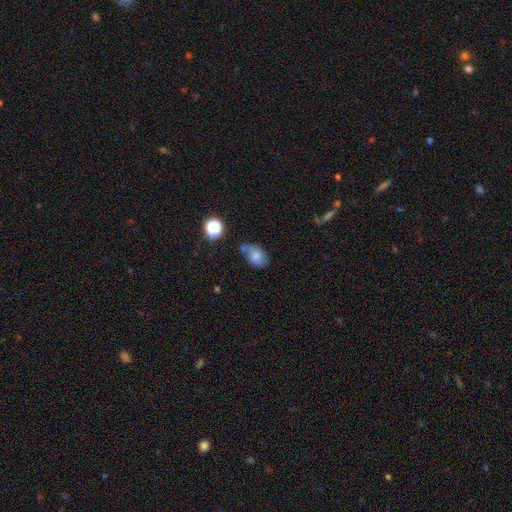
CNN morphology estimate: A smooth galaxy with no disk features (67%) that is in between round and cigar-shaped (82%).

Vote fractions:
- Smooth or featured? smooth: 67% / featured or disk: 22% / star or artifact: 12%
- How rounded? in between: 82% / round: 16% / cigar-shaped: 1%
- Merging? none: 52% / minor disturbance: 27% / merger: 12% / major disturbance: 9%